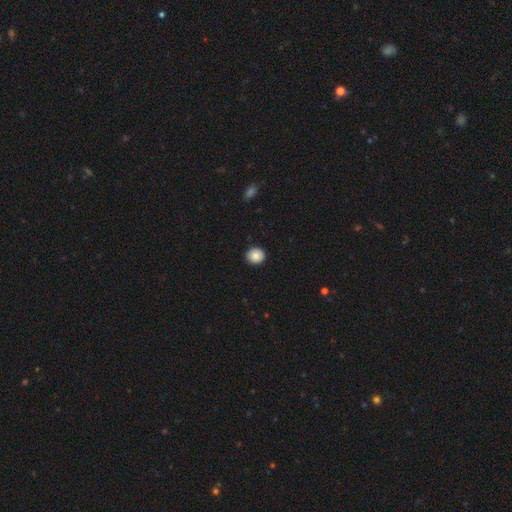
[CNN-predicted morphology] Smooth or featured? smooth (86%)
How rounded? round (89%)
Merging? none (92%)